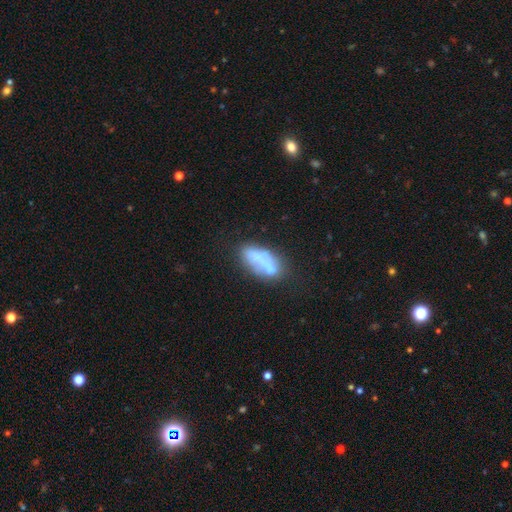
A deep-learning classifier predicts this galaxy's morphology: Smooth or featured? smooth (50%)
Merging? none (44%)